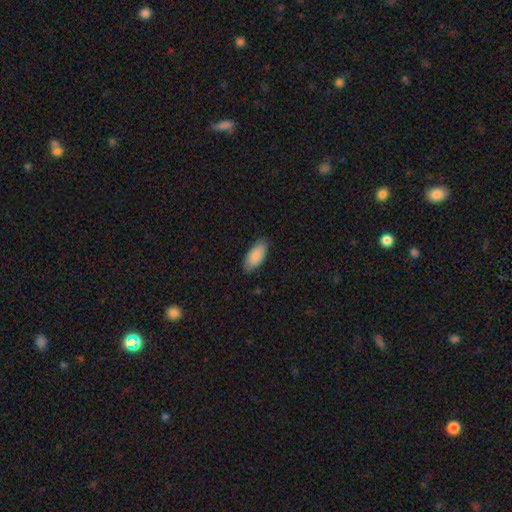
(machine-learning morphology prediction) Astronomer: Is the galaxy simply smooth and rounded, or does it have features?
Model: smooth — 87%.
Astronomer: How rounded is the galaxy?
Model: in between — 90%.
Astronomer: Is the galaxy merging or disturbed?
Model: none — 84%.